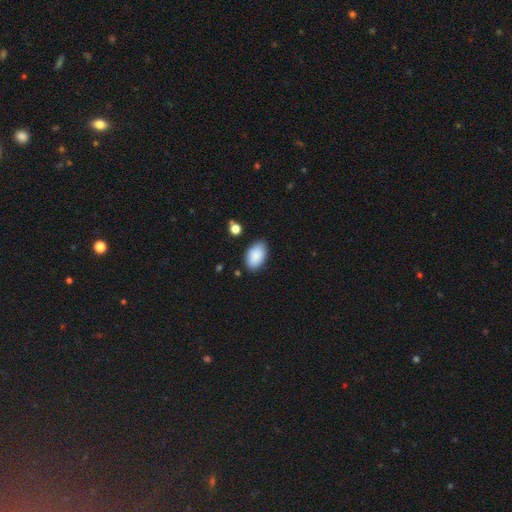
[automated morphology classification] Q: Smooth or featured?
A: smooth (89%); runner-up: star or artifact (7%)
Q: How rounded?
A: in between (92%); runner-up: round (7%)
Q: Merging?
A: none (82%); runner-up: minor disturbance (13%)